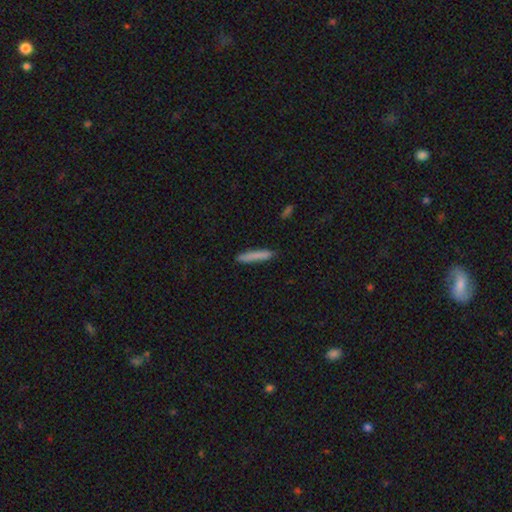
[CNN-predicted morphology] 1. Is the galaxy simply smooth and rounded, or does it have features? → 82% smooth, 11% featured or disk, 7% star or artifact.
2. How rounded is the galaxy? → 94% cigar-shaped, 5% in between, 1% round.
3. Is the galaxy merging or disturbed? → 87% none, 10% minor disturbance, 2% major disturbance, 2% merger.